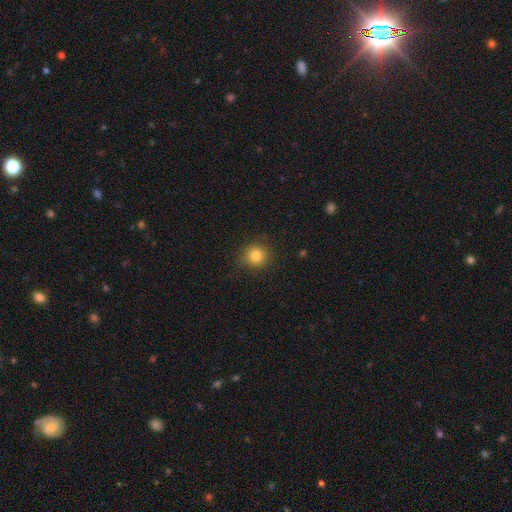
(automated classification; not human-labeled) smooth 82%, star or artifact 12%, featured or disk 6%. Down the decision tree: how rounded — round (91%); merging — none (84%).